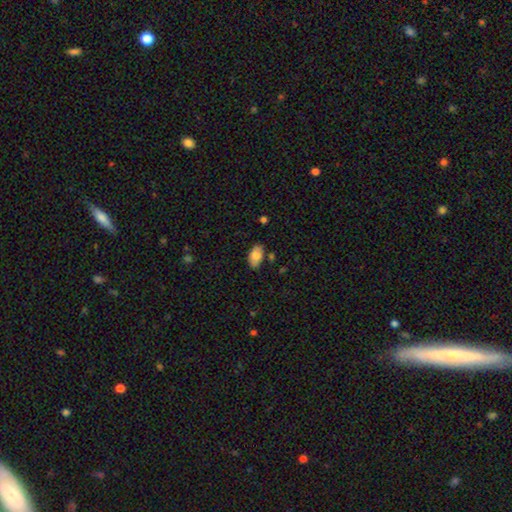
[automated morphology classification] Smooth or featured?
  - smooth: 79% *
  - featured or disk: 14%
  - star or artifact: 7%
How rounded?
  - in between: 93% *
  - round: 4%
  - cigar-shaped: 2%
Merging?
  - none: 78% *
  - minor disturbance: 16%
  - merger: 4%
  - major disturbance: 3%